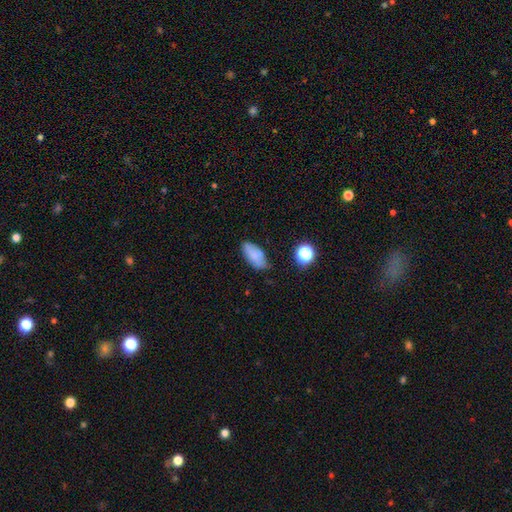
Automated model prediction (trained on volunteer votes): A smooth galaxy with no disk features (78%) that is in between round and cigar-shaped (89%).

Vote fractions:
- Smooth or featured? smooth: 78% / featured or disk: 12% / star or artifact: 10%
- How rounded? in between: 89% / cigar-shaped: 6% / round: 4%
- Merging? none: 65% / minor disturbance: 26% / major disturbance: 6% / merger: 3%